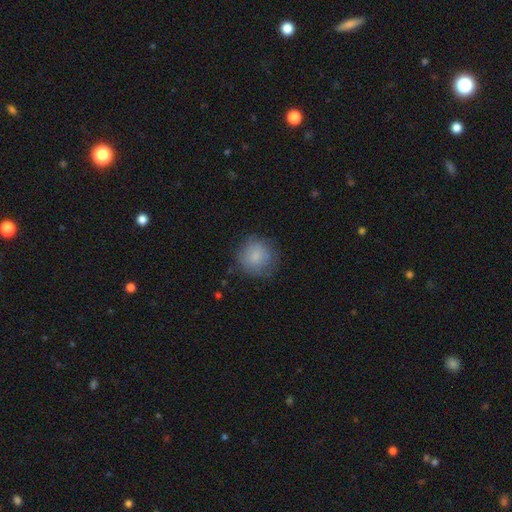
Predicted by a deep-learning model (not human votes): Smooth or featured: smooth — 82% (featured or disk — 10%)
How rounded: round — 92% (in between — 7%)
Merging: none — 77% (minor disturbance — 16%)